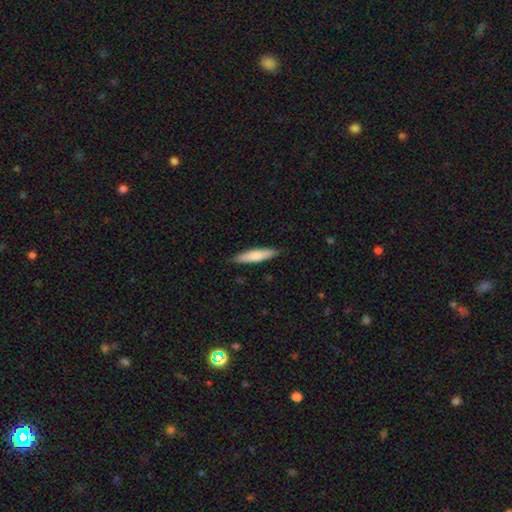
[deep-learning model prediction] Smooth or featured? smooth (74%)
How rounded? cigar-shaped (84%)
Merging? none (89%)